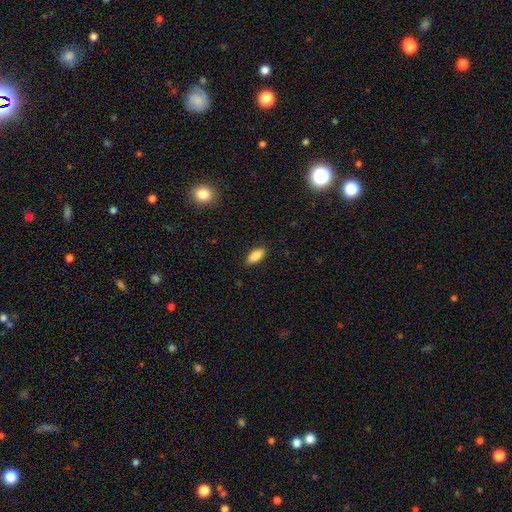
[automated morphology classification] Overall: smooth (85%). How rounded: in between (88%). Merging: none (86%).